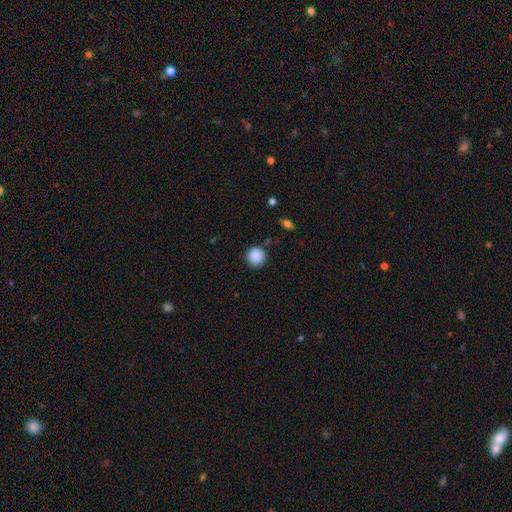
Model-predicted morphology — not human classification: Overall: smooth (88%). How rounded: round (93%). Merging: none (87%).